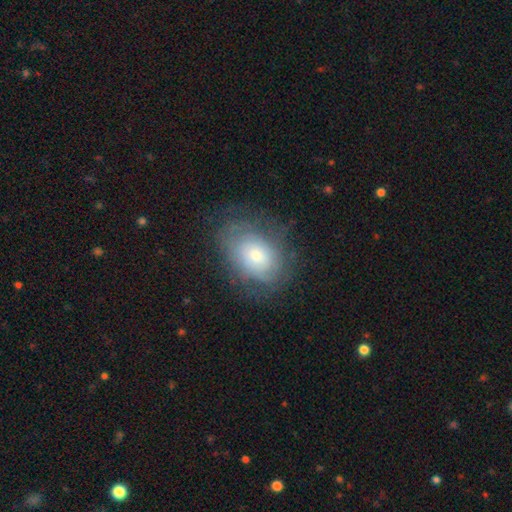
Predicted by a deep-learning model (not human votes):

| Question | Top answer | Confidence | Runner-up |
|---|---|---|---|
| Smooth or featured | featured or disk | 47% | smooth (45%) |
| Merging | none | 66% | minor disturbance (21%) |